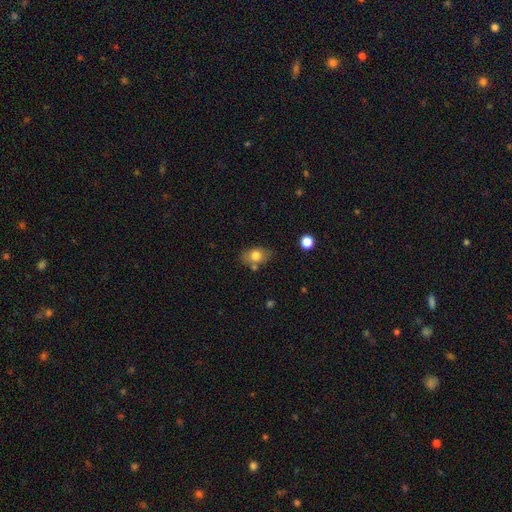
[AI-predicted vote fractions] Smooth or featured? Predicted: smooth (p=0.75). How rounded? Predicted: in between (p=0.78). Merging? Predicted: none (p=0.68).